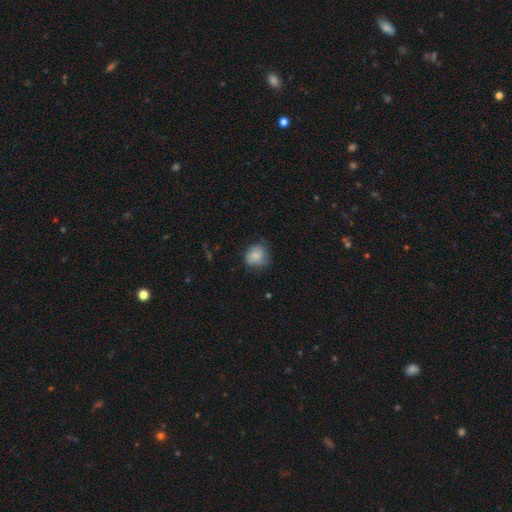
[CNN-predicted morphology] Smooth or featured? Predicted: smooth (p=0.81). How rounded? Predicted: round (p=0.80). Merging? Predicted: none (p=0.68).